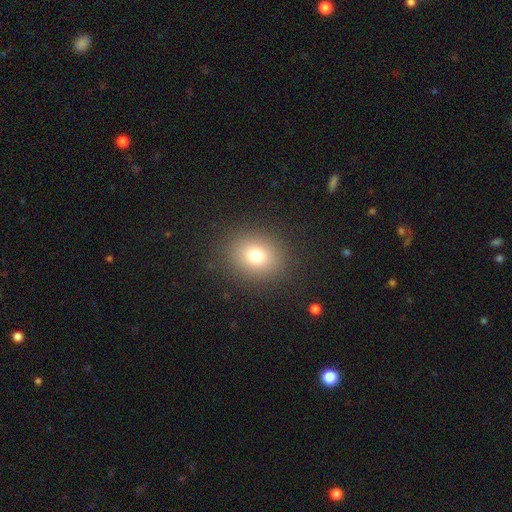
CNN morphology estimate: The model was most divided on "how rounded": round: 68%, in between: 32%, cigar-shaped: 1%. More confident: merging — none (88%); smooth or featured — smooth (75%).